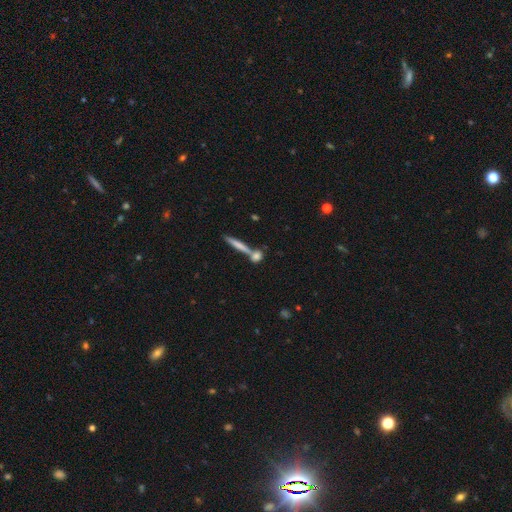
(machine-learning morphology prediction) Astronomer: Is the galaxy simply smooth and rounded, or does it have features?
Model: smooth — 67%.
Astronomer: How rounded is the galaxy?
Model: cigar-shaped — 58%.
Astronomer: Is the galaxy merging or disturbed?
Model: none — 55% (runner-up: merger, 32%).